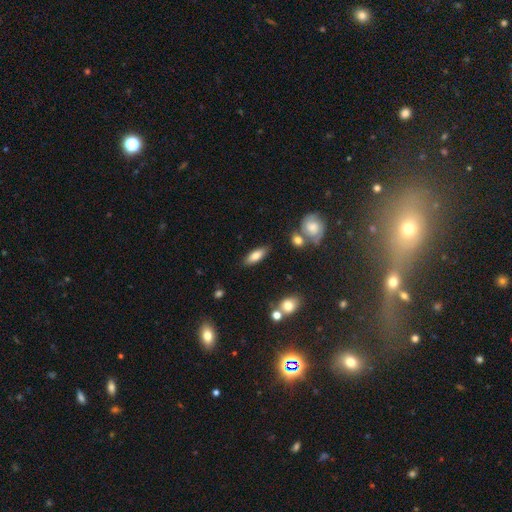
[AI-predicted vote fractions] This appears to be a smooth galaxy with no disk features (77%) that is in between round and cigar-shaped (71%). Merging: none (81%).